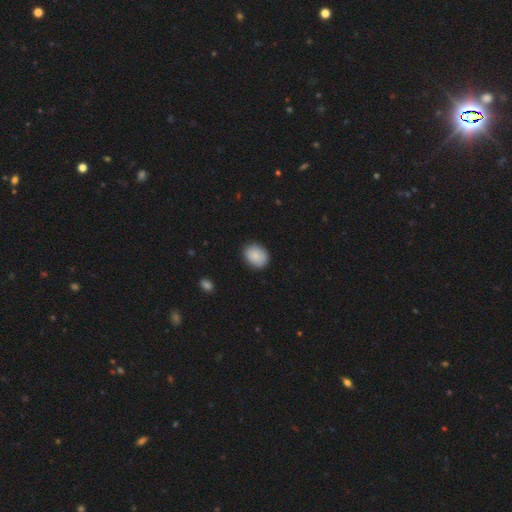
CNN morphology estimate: Smooth or featured? smooth (87%)
How rounded? in between (54%)
Merging? none (86%)